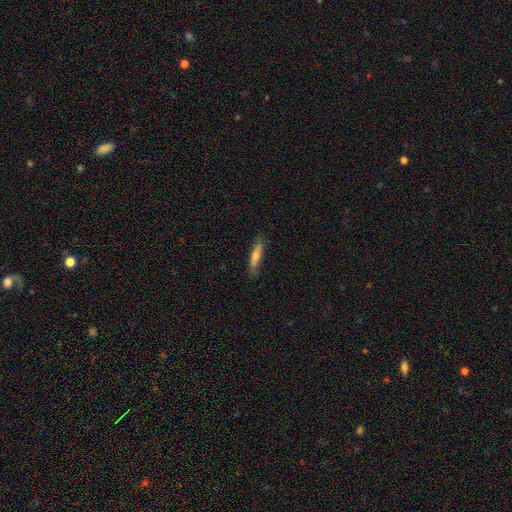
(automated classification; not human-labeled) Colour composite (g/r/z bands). It shows a smooth galaxy with no disk features (52%) that is cigar-shaped (87%). Merging: none (84%).